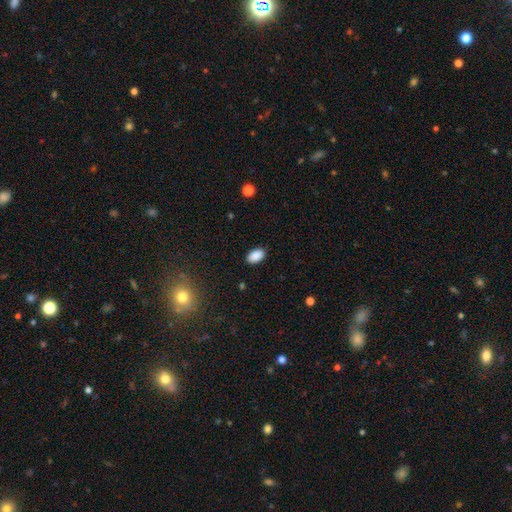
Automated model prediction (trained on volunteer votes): This is clearly a smooth galaxy (89%). How rounded: clearly in between (93%). Merging: clearly none (88%).